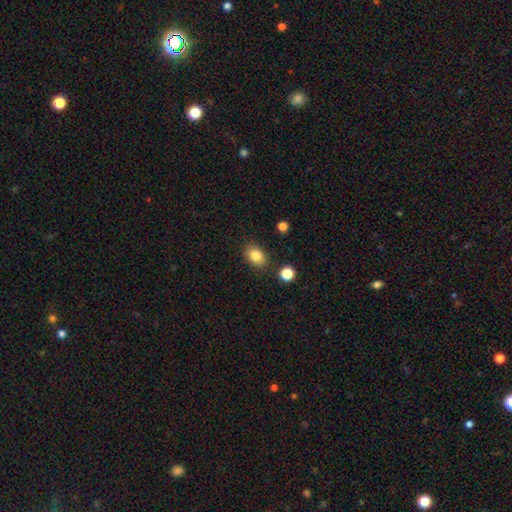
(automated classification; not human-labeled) Morphology: type=smooth (84%); roundness=in between (68%); merging=none (85%).